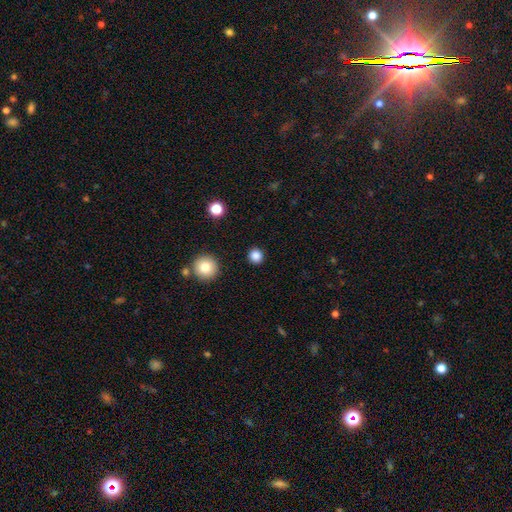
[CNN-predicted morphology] A smooth galaxy with no disk features (84%) that is round (93%). Merging: none (91%).